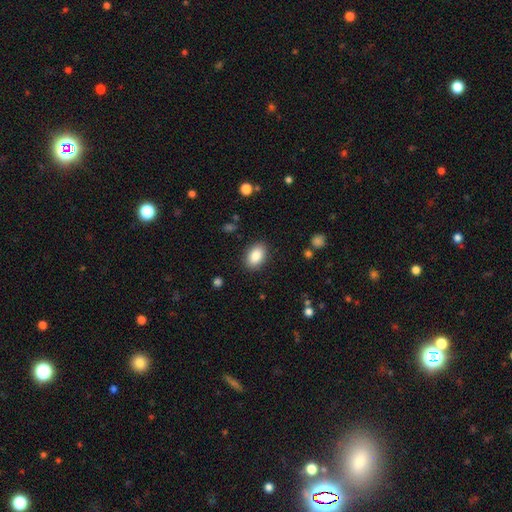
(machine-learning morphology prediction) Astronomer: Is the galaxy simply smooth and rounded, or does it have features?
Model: smooth — 87%.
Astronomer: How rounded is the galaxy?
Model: in between — 88%.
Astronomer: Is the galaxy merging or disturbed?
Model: none — 88%.